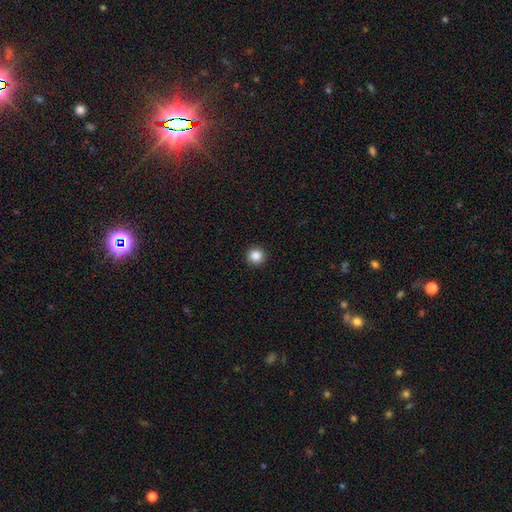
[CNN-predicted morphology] A smooth galaxy with no disk features (87%) that is round (95%).

Vote fractions:
- Smooth or featured? smooth: 87% / star or artifact: 10% / featured or disk: 3%
- How rounded? round: 95% / in between: 4% / cigar-shaped: 1%
- Merging? none: 93% / minor disturbance: 5% / major disturbance: 2% / merger: 1%